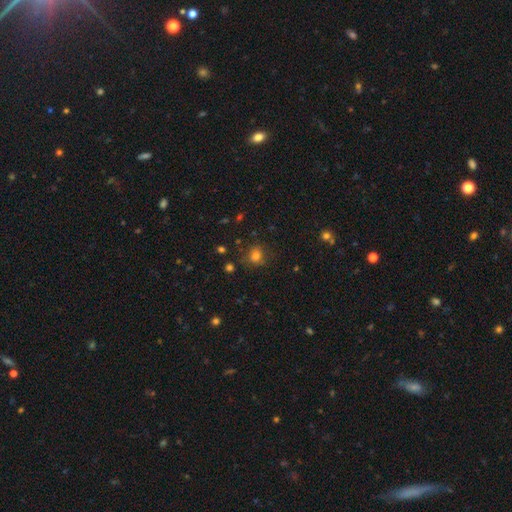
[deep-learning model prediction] A smooth galaxy with no disk features (77%) that is round (78%).

Vote fractions:
- Smooth or featured? smooth: 77% / star or artifact: 16% / featured or disk: 7%
- How rounded? round: 78% / in between: 21% / cigar-shaped: 1%
- Merging? none: 78% / minor disturbance: 15% / major disturbance: 5% / merger: 2%